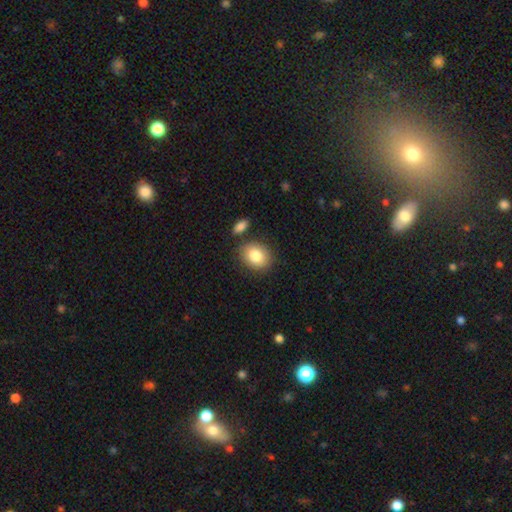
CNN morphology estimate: smooth 84%, featured or disk 9%, star or artifact 7%. Down the decision tree: how rounded — in between (59%); merging — none (76%).